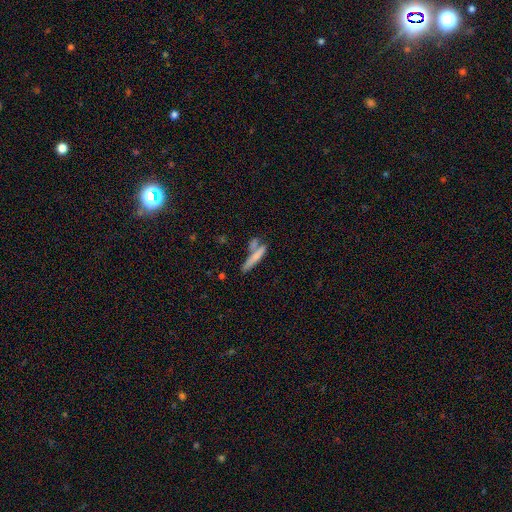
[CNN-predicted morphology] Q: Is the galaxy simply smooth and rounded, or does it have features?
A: smooth — 67%.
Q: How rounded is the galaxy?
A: cigar-shaped — 89%.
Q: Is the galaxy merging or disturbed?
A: none — 55%.